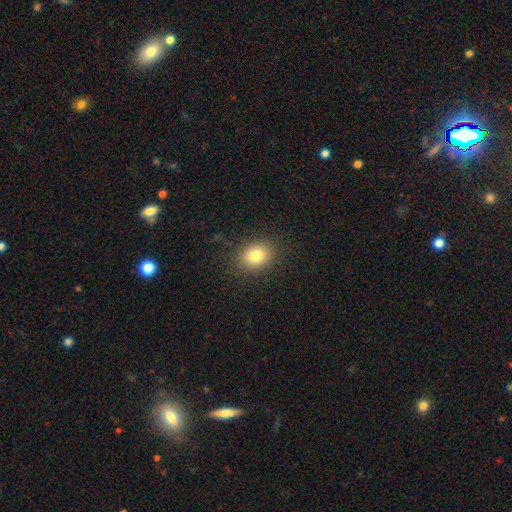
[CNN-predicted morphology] Q: Smooth or featured?
A: smooth (80%); runner-up: star or artifact (11%)
Q: How rounded?
A: in between (50%); tied with: round (50%)
Q: Merging?
A: none (86%); runner-up: minor disturbance (10%)